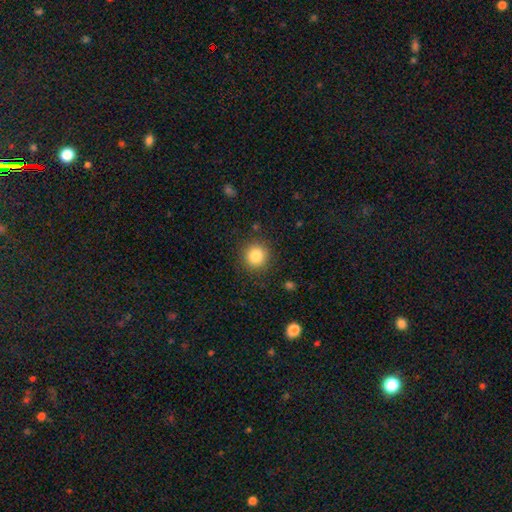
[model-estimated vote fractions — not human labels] The model was most divided on "smooth or featured": smooth: 83%, star or artifact: 11%, featured or disk: 6%. More confident: how rounded — round (92%); merging — none (89%).